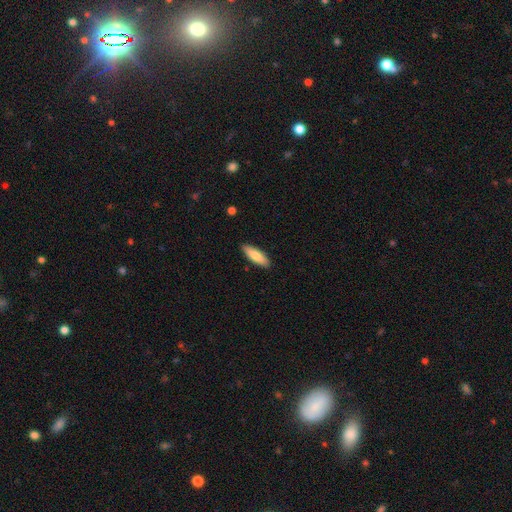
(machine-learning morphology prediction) The model was most divided on "how rounded": in between: 52%, cigar-shaped: 47%, round: 2%. More confident: merging — none (89%); smooth or featured — smooth (80%).